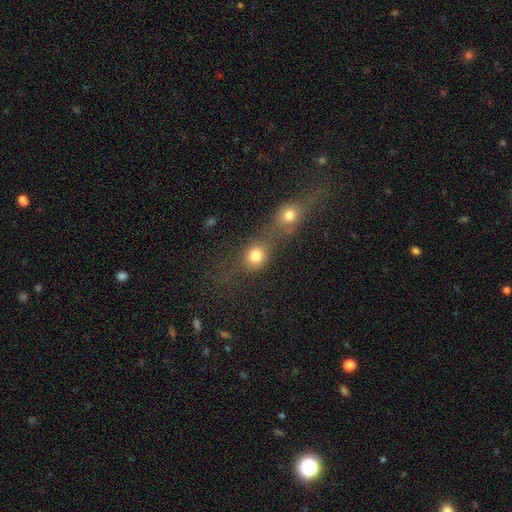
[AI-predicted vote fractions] Overall: smooth (79%). How rounded: round (79%). Merging: merger (54%; none 34%).